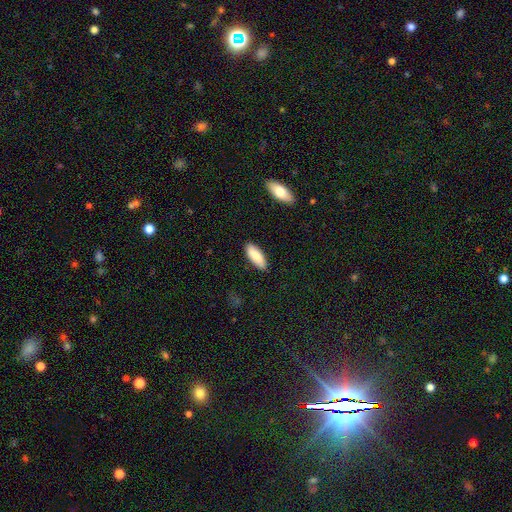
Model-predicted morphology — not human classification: smooth 86%, featured or disk 9%, star or artifact 6%. Down the decision tree: how rounded — in between (69%); merging — none (86%).